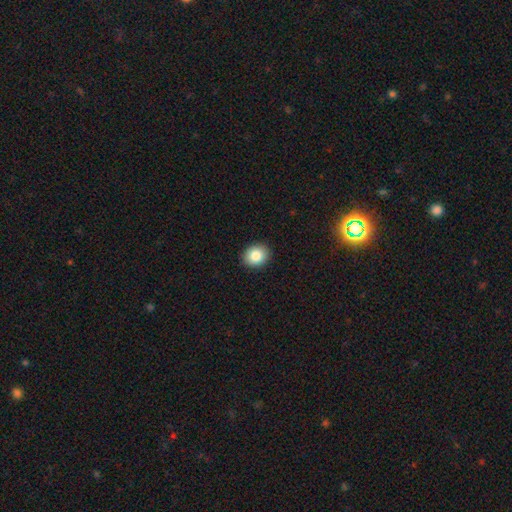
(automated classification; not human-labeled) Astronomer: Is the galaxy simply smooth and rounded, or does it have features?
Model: smooth — 85%.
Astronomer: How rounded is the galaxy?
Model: round — 60% (runner-up: in between, 40%).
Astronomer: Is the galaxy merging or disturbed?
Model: none — 91%.